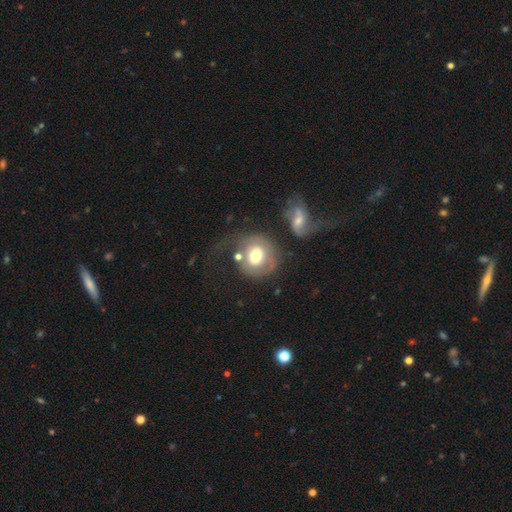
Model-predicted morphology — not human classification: smooth 56%, featured or disk 36%, star or artifact 7%. Down the decision tree: how rounded — round (81%); merging — none (45%).